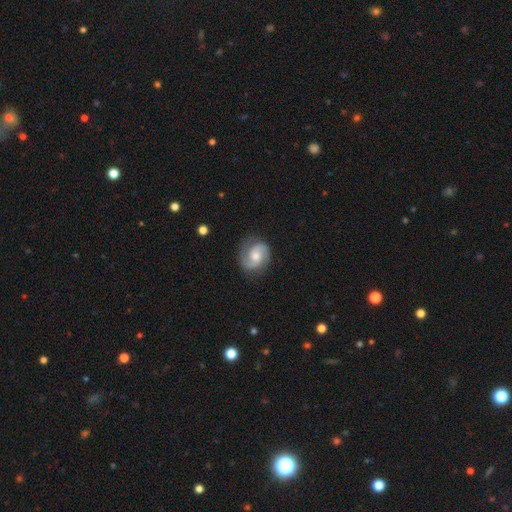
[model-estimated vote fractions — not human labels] Smooth or featured? Predicted: featured or disk (p=0.82). Edge-on disk? Predicted: no (p=0.98). Bar? Predicted: no (p=0.54). Spiral arms? Predicted: yes (p=0.97). Spiral winding? Predicted: medium (p=0.55). Spiral arm count? Predicted: 2 (p=0.92). Bulge size? Predicted: moderate (p=0.62). Merging? Predicted: none (p=0.82).